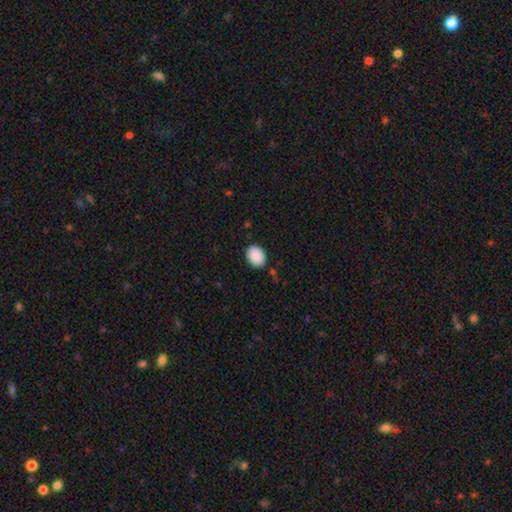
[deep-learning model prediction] A smooth galaxy with no disk features (90%) that is in between round and cigar-shaped (66%).

Vote fractions:
- Smooth or featured? smooth: 90% / star or artifact: 7% / featured or disk: 3%
- How rounded? in between: 66% / round: 33% / cigar-shaped: 1%
- Merging? none: 86% / minor disturbance: 10% / major disturbance: 3% / merger: 2%